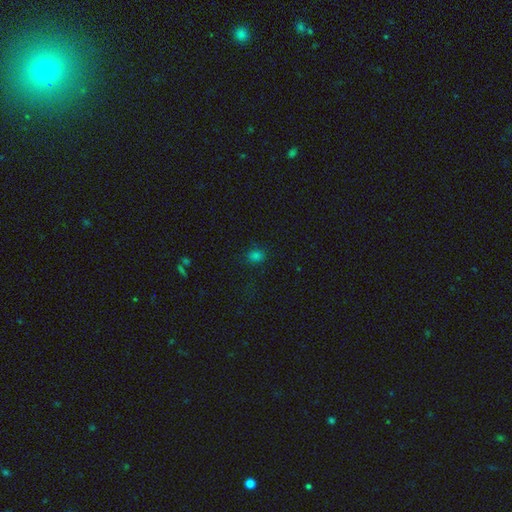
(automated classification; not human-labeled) Smooth or featured: smooth — 76% (star or artifact — 20%)
How rounded: round — 65% (in between — 34%)
Merging: none — 83% (minor disturbance — 12%)